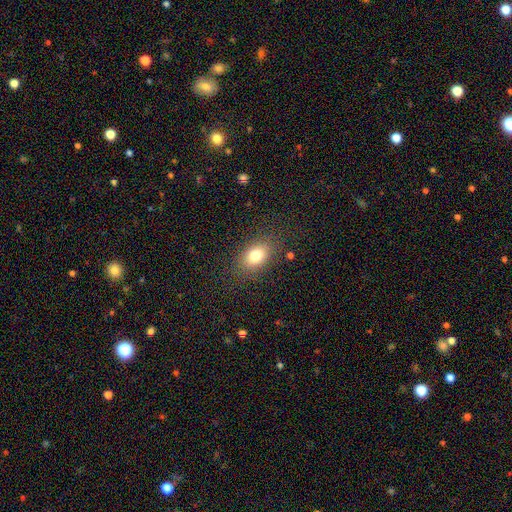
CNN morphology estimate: The model was most divided on "how rounded": in between: 80%, round: 17%, cigar-shaped: 2%. More confident: merging — none (82%); smooth or featured — smooth (78%).